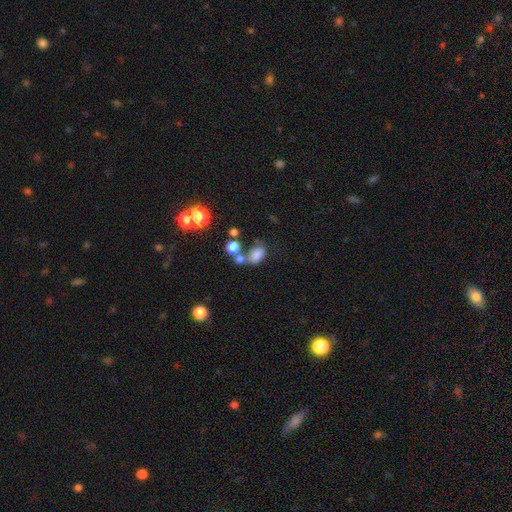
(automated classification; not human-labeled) Overall: smooth (76%). How rounded: in between (75%). Merging: none (43%; merger 32%).